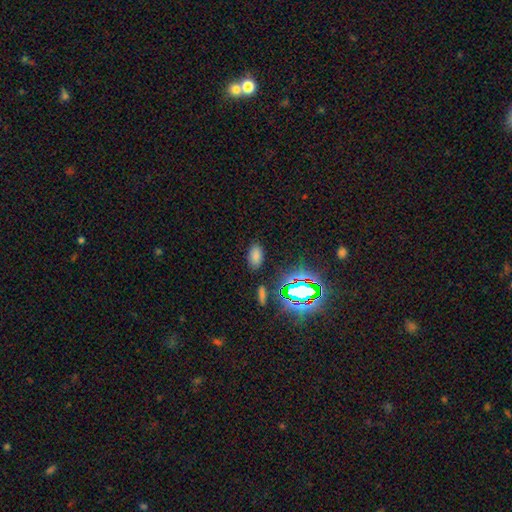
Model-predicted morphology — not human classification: Smooth or featured: smooth — 72% (star or artifact — 22%)
How rounded: in between — 92% (round — 6%)
Merging: none — 84% (minor disturbance — 10%)